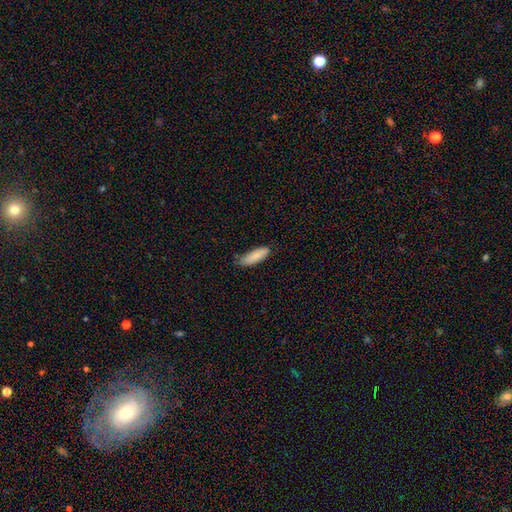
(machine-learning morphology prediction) Smooth or featured?
  - smooth: 85% *
  - featured or disk: 9%
  - star or artifact: 6%
How rounded?
  - in between: 55% *
  - cigar-shaped: 44%
  - round: 1%
Merging?
  - none: 75% *
  - minor disturbance: 21%
  - major disturbance: 3%
  - merger: 2%